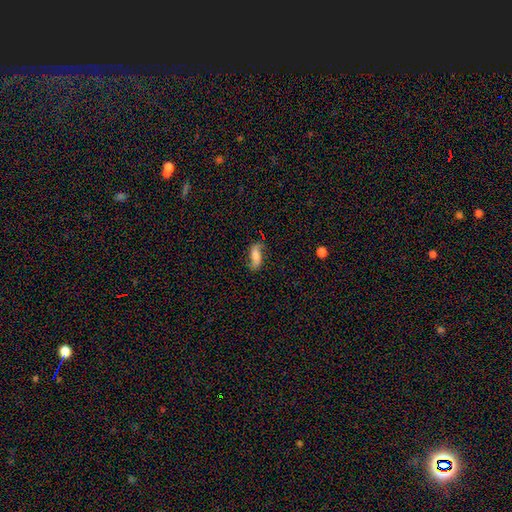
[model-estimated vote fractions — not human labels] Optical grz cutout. It shows a featured or disk galaxy (47%). Merging: none (67%).